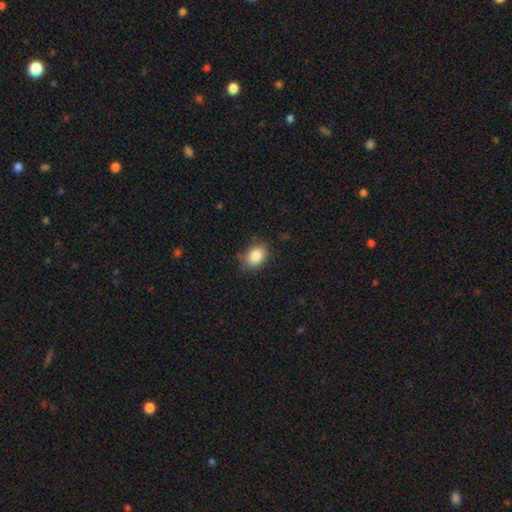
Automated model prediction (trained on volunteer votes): Smooth or featured: smooth — 86% (star or artifact — 9%)
How rounded: in between — 65% (round — 34%)
Merging: none — 79% (minor disturbance — 17%)